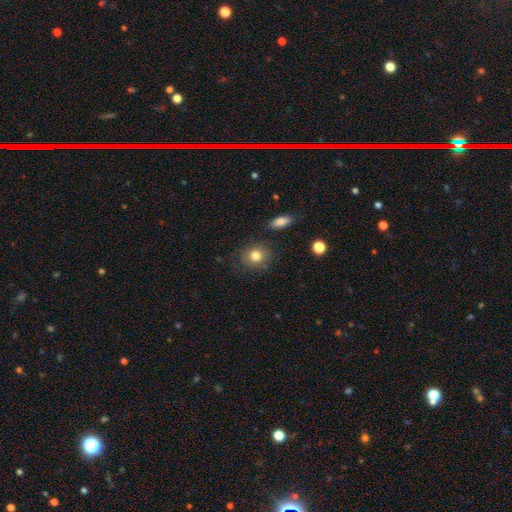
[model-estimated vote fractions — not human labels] smooth 79%, featured or disk 12%, star or artifact 9%. Down the decision tree: how rounded — round (72%); merging — none (78%).